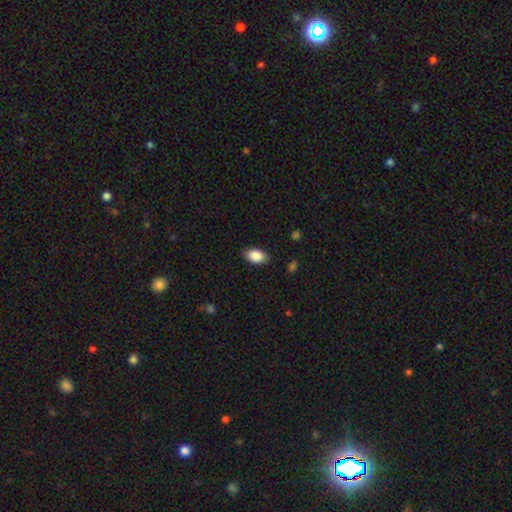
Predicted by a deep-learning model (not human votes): smooth 87%, star or artifact 7%, featured or disk 6%. Down the decision tree: how rounded — in between (91%); merging — none (86%).